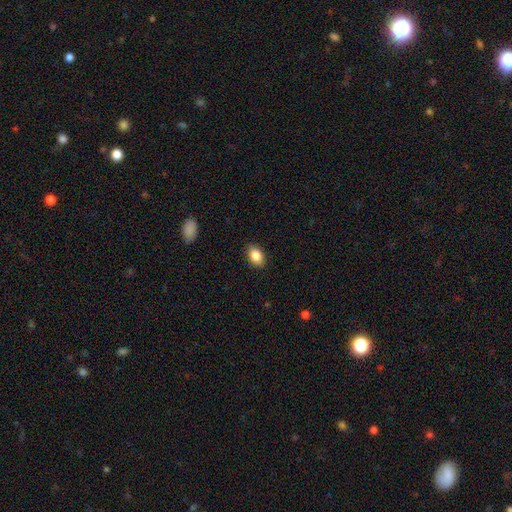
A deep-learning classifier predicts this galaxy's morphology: Smooth or featured?
  - smooth: 86% *
  - star or artifact: 8%
  - featured or disk: 6%
How rounded?
  - in between: 86% *
  - round: 13%
  - cigar-shaped: 1%
Merging?
  - none: 88% *
  - minor disturbance: 9%
  - major disturbance: 2%
  - merger: 1%